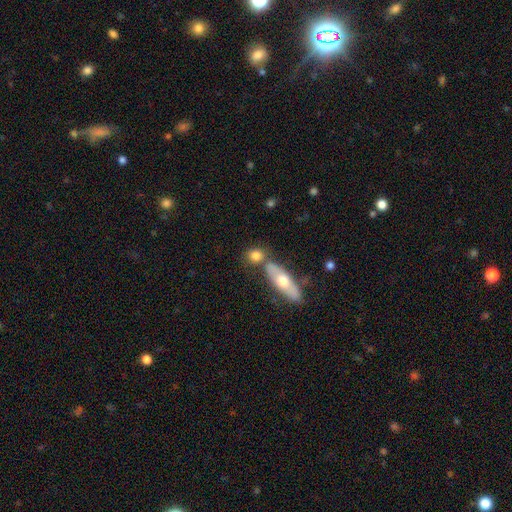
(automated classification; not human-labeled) smooth 75%, featured or disk 18%, star or artifact 7%. Down the decision tree: how rounded — round (44%); merging — none (58%).